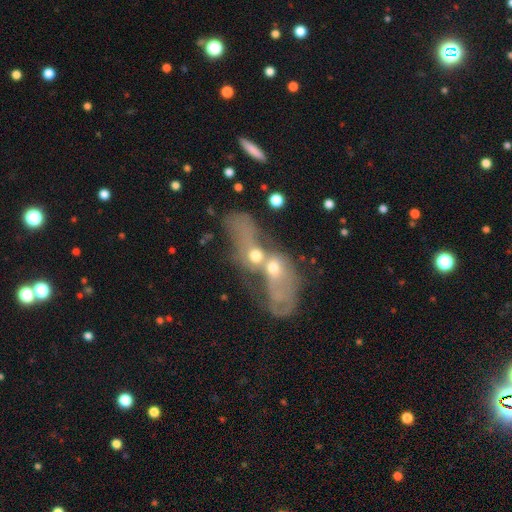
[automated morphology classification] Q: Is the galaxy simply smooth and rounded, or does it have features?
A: smooth — 44%.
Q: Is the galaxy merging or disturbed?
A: merger — 81%.